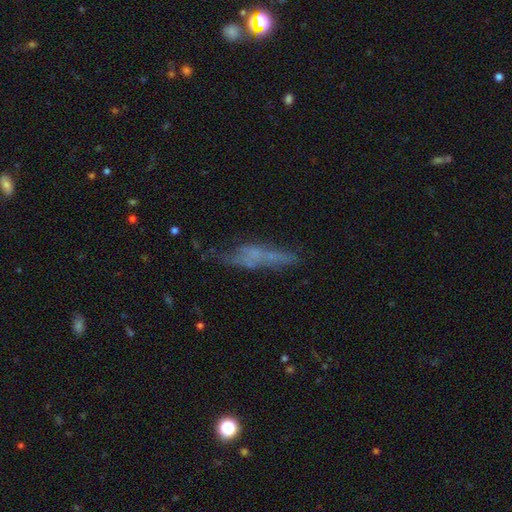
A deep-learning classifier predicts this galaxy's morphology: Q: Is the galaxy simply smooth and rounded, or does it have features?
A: featured or disk — 44%.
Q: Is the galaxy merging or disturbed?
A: none — 49%.